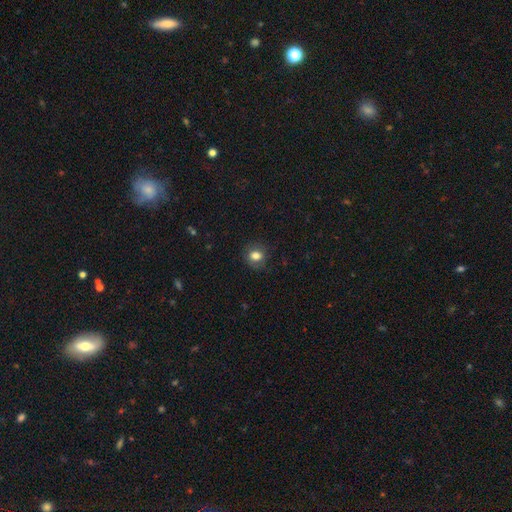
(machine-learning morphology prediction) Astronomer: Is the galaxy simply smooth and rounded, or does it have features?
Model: smooth — 77%.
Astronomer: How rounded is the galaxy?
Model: round — 61% (runner-up: in between, 38%).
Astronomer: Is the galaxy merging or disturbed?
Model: none — 79%.